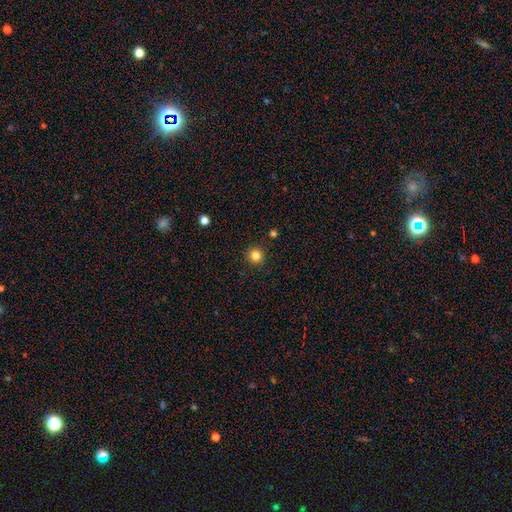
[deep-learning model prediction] This is clearly a smooth galaxy (82%). How rounded: clearly round (93%). Merging: clearly none (91%).